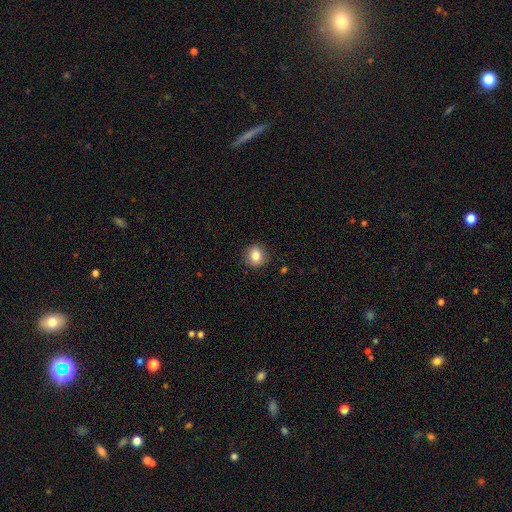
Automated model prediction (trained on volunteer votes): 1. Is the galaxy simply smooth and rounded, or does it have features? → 83% smooth, 10% star or artifact, 7% featured or disk.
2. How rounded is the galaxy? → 83% round, 16% in between, 1% cigar-shaped.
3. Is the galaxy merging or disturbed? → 89% none, 7% minor disturbance, 2% major disturbance, 1% merger.